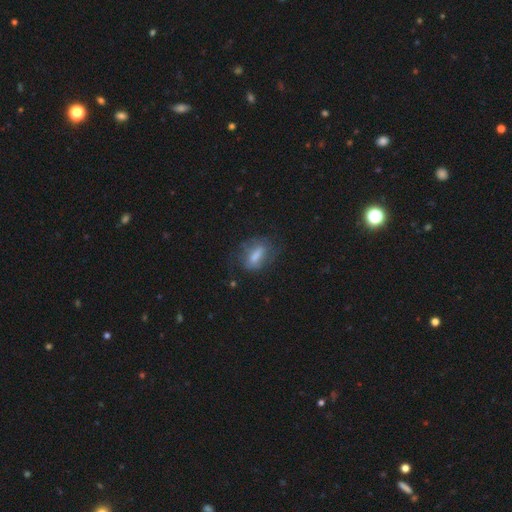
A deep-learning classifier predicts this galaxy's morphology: A smooth galaxy with no disk features (55%) that is in between round and cigar-shaped (75%). Merging: none (53%).